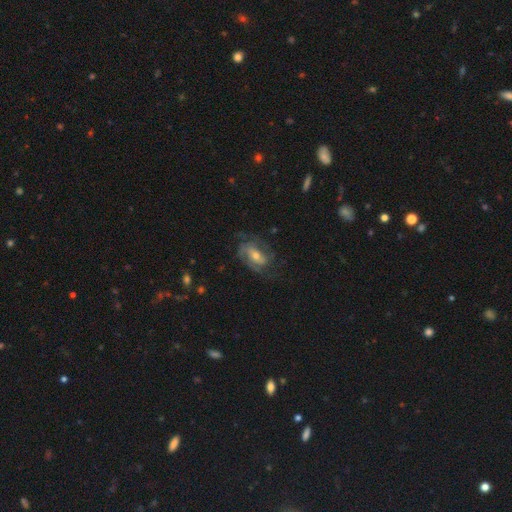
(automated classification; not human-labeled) Smooth or featured? Predicted: featured or disk (p=0.80). Edge-on disk? Predicted: no (p=0.96). Bar? Predicted: weak (p=0.41). Spiral arms? Predicted: yes (p=0.92). Spiral winding? Predicted: medium (p=0.44). Spiral arm count? Predicted: 2 (p=0.41). Bulge size? Predicted: moderate (p=0.52). Merging? Predicted: none (p=0.65).